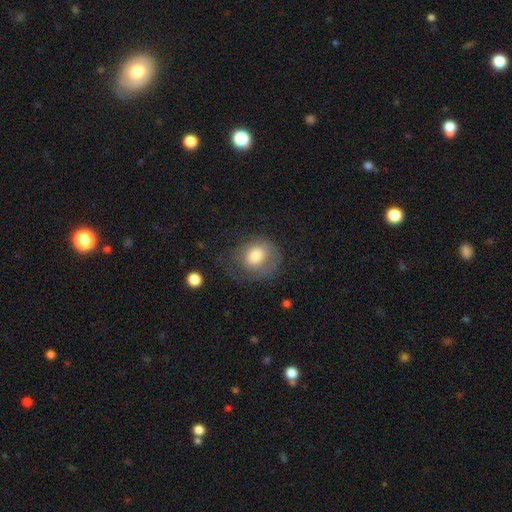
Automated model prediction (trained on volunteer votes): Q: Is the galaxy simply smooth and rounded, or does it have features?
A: smooth — 68%.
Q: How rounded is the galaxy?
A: round — 64%.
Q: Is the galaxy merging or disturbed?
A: none — 47%.